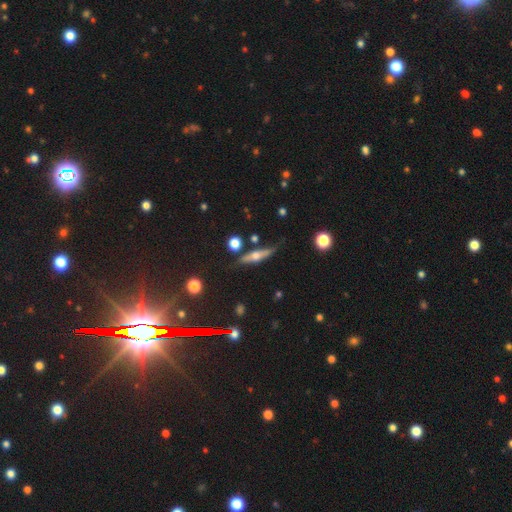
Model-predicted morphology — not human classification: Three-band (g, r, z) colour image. It shows a featured or disk galaxy (59%) viewed edge-on (90%) with a rounded central bulge (90%). Merging: none (71%).